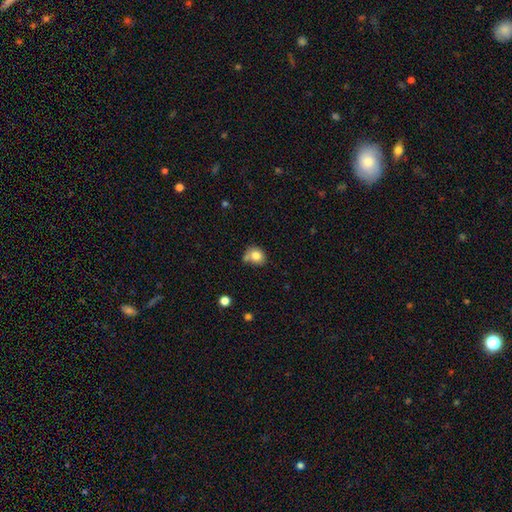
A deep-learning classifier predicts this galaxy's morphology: Smooth or featured? smooth (80%)
How rounded? round (66%)
Merging? none (52%)